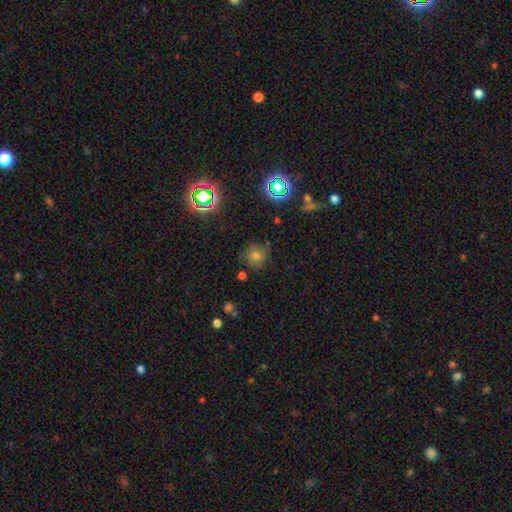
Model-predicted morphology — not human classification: smooth 64%, star or artifact 26%, featured or disk 10%. Down the decision tree: how rounded — round (89%); merging — none (80%).